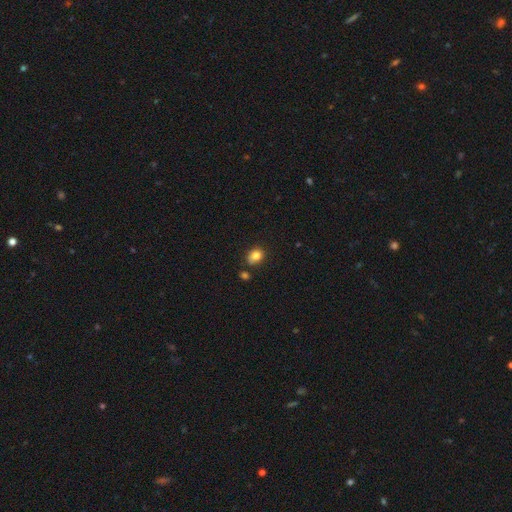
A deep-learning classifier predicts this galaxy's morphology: This is clearly a smooth galaxy (82%). How rounded: possibly in between (51%). Merging: likely none (65%).